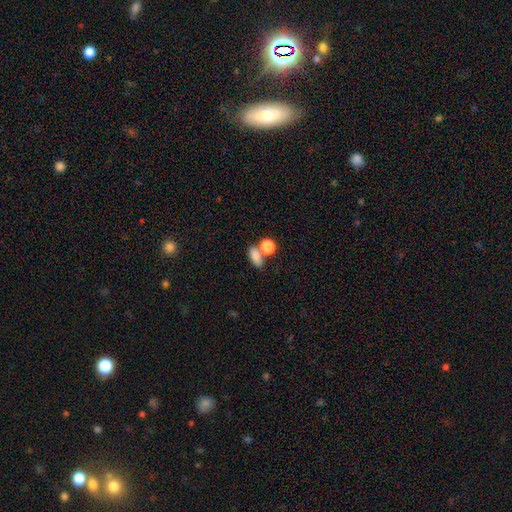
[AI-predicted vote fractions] Overall: smooth (81%). How rounded: in between (76%). Merging: none (46%; merger 37%).